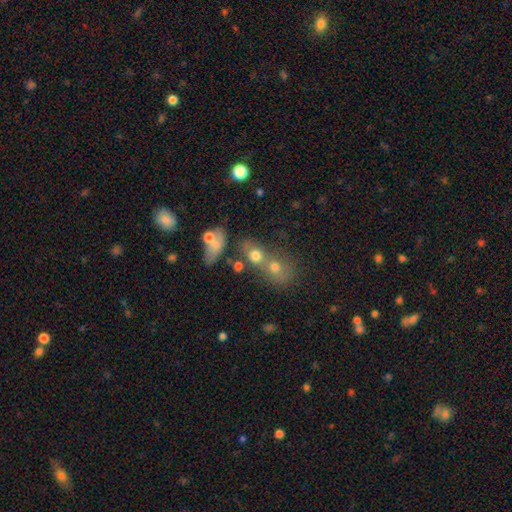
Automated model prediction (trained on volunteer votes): smooth_or_featured: smooth (p=0.68) [alt: featured or disk p=0.17]
how_rounded: round (p=0.54) [alt: in between p=0.43]
merging: merger (p=0.58) [alt: none p=0.28]